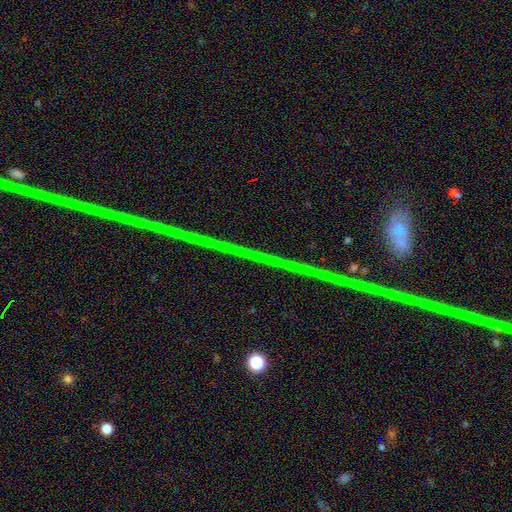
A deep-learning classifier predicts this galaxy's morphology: Smooth or featured: star or artifact — 80% (featured or disk — 13%)